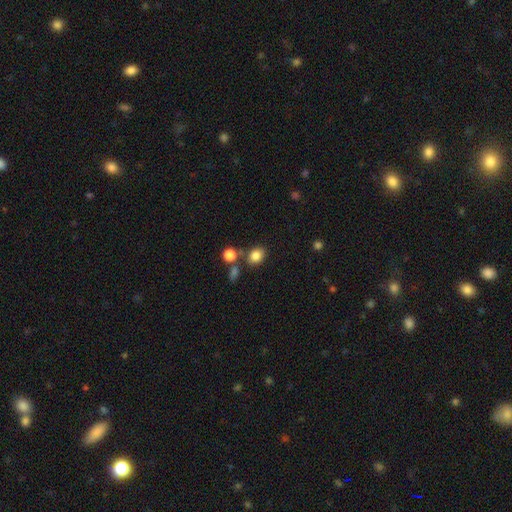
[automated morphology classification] type=smooth (83%); roundness=round (55%); merging=none (68%).